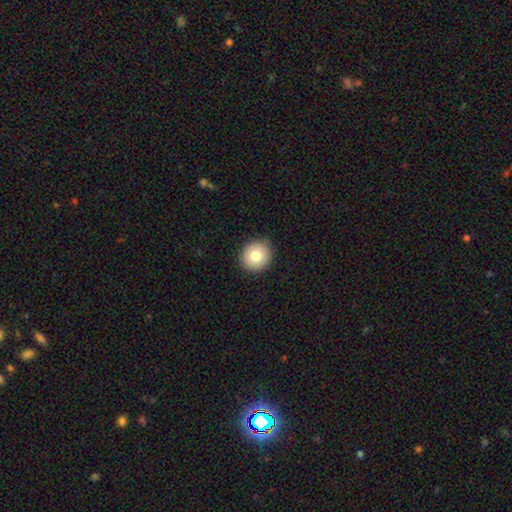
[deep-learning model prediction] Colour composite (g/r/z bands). It shows a smooth galaxy with no disk features (79%) that is round (87%). Merging: none (90%).